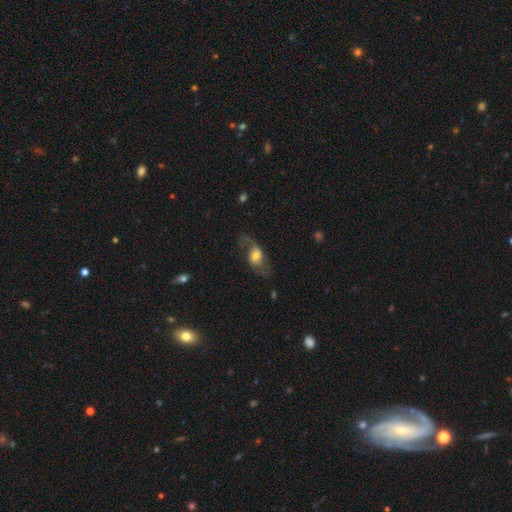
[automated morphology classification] Smooth or featured?
  - featured or disk: 61% *
  - smooth: 31%
  - star or artifact: 7%
Edge-on disk?
  - no: 92% *
  - yes: 8%
Bar?
  - no: 54% *
  - weak: 35%
  - strong: 11%
Spiral arms?
  - yes: 83% *
  - no: 17%
Bulge size?
  - moderate: 54% *
  - large: 23%
  - small: 18%
  - dominant: 3%
  - none: 2%
Merging?
  - none: 55% *
  - major disturbance: 24%
  - minor disturbance: 20%
  - merger: 2%